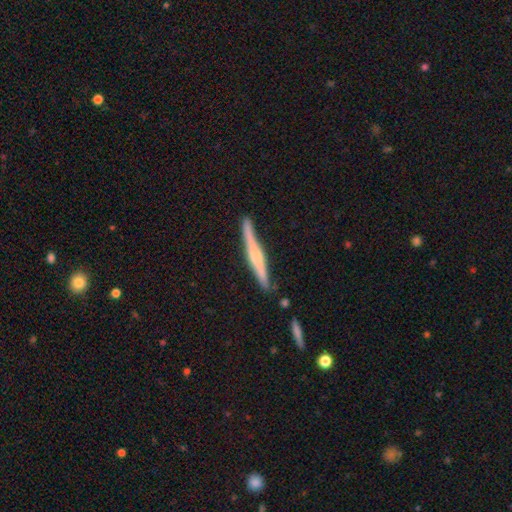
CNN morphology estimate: smooth-or-featured: featured or disk: 65% | smooth: 29% | star or artifact: 6%
  disk-edge-on: yes: 97% | no: 3%
    edge-on-bulge: rounded: 55% | boxy: 27% | none: 18%
  merging: none: 81% | minor disturbance: 14% | merger: 3% | major disturbance: 2%